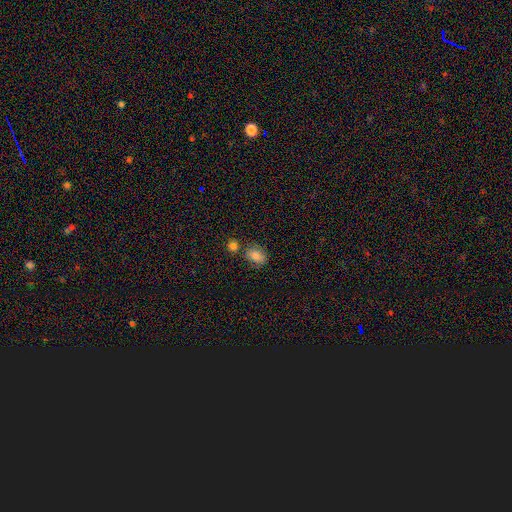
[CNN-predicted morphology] Smooth or featured: smooth — 81% (star or artifact — 10%)
How rounded: in between — 70% (round — 28%)
Merging: none — 68% (minor disturbance — 14%)